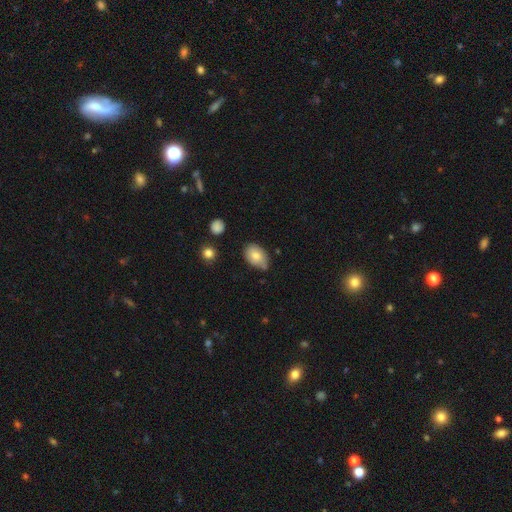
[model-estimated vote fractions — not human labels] Q: Smooth or featured?
A: smooth (78%); runner-up: featured or disk (14%)
Q: How rounded?
A: in between (84%); runner-up: round (15%)
Q: Merging?
A: none (65%); runner-up: minor disturbance (25%)